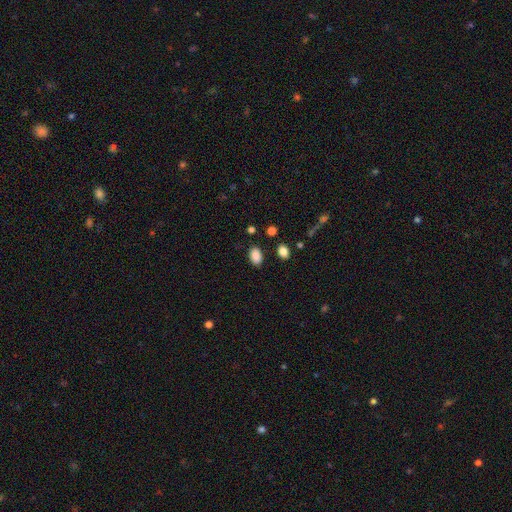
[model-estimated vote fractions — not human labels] smooth 88%, star or artifact 9%, featured or disk 3%. Down the decision tree: how rounded — in between (87%); merging — none (85%).